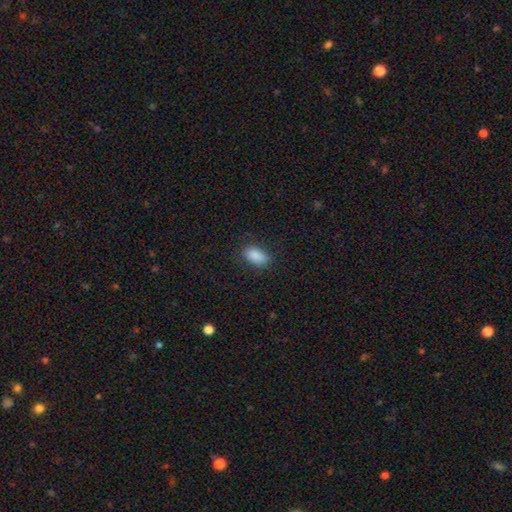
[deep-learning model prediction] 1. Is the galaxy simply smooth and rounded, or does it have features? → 88% smooth, 8% star or artifact, 4% featured or disk.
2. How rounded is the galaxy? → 92% in between, 6% round, 2% cigar-shaped.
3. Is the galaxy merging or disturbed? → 81% none, 14% minor disturbance, 4% major disturbance, 1% merger.